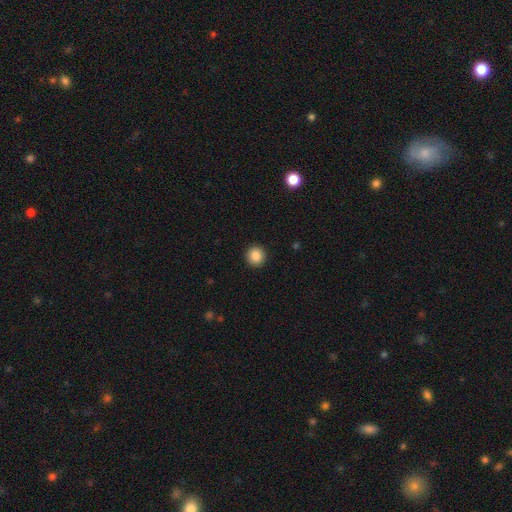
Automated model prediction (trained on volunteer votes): This appears to be a smooth galaxy with no disk features (87%) that is round (94%). Merging: none (93%).